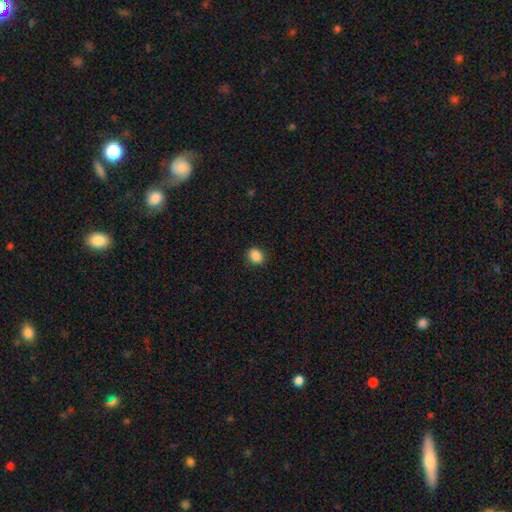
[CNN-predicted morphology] This appears to be a smooth galaxy with no disk features (87%) that is round (59%). Merging: none (88%).